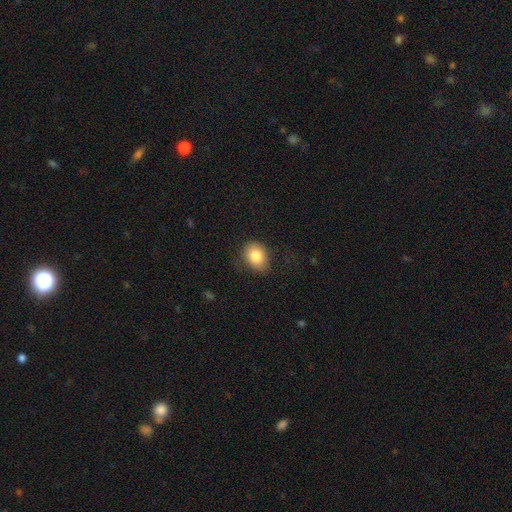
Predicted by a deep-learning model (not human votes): Smooth or featured?
  - smooth: 82% *
  - featured or disk: 9%
  - star or artifact: 9%
How rounded?
  - in between: 60% *
  - round: 39%
  - cigar-shaped: 1%
Merging?
  - none: 75% *
  - minor disturbance: 18%
  - major disturbance: 5%
  - merger: 1%